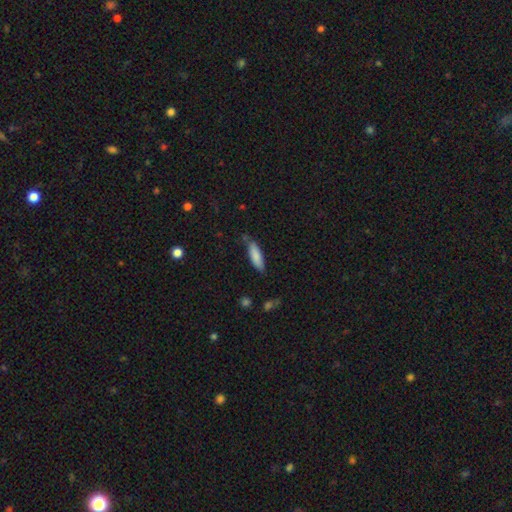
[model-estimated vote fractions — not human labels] Smooth or featured: smooth — 84% (featured or disk — 10%)
How rounded: cigar-shaped — 56% (in between — 42%)
Merging: none — 75% (minor disturbance — 19%)